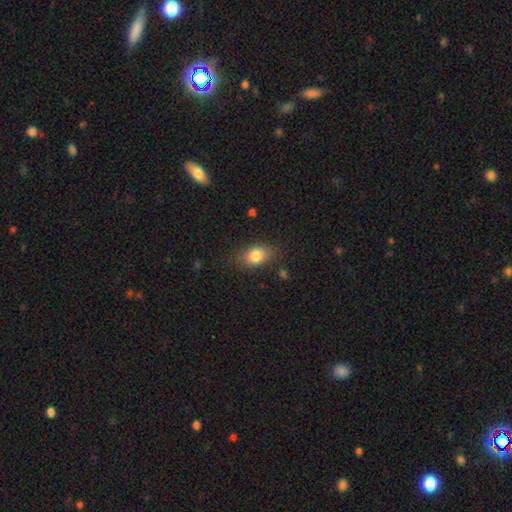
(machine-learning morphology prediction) type=smooth (82%); roundness=in between (73%); merging=none (79%).